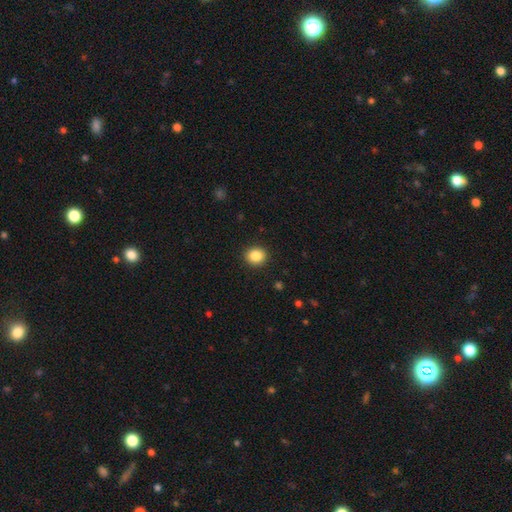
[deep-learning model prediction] Q: Smooth or featured?
A: smooth (86%); runner-up: star or artifact (9%)
Q: How rounded?
A: round (84%); runner-up: in between (15%)
Q: Merging?
A: none (92%); runner-up: minor disturbance (5%)